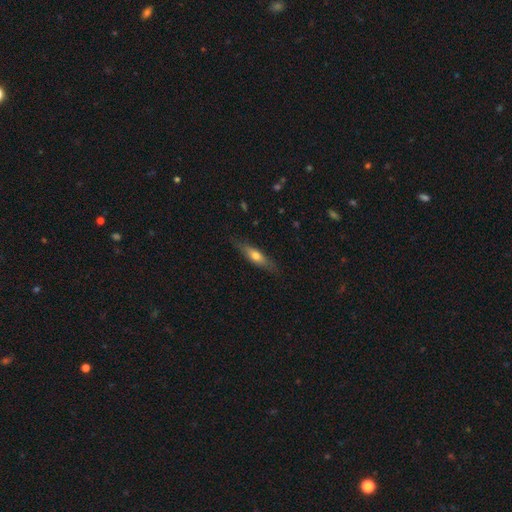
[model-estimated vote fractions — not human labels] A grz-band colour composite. It shows a smooth galaxy with no disk features (52%) that is cigar-shaped (69%). Merging: none (83%).